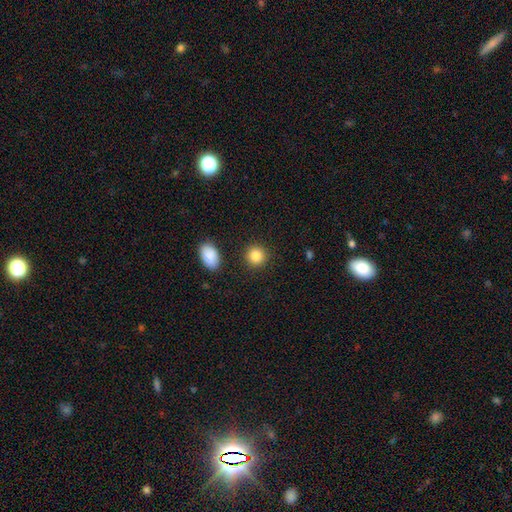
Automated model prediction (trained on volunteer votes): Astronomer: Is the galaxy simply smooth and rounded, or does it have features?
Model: smooth — 87%.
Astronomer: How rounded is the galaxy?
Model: round — 88%.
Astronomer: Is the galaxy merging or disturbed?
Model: none — 89%.